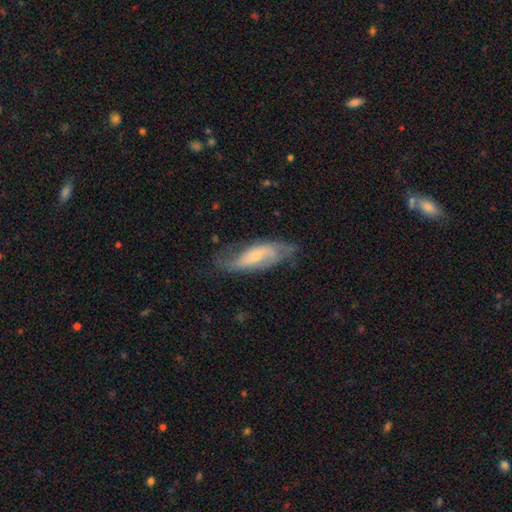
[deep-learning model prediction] Smooth or featured: featured or disk — 66% (smooth — 28%)
Edge-on disk: no — 86% (yes — 14%)
Bar: no — 44% (weak — 38%)
Spiral arms: yes — 86% (no — 14%)
Bulge size: small — 61% (moderate — 32%)
Merging: none — 59% (minor disturbance — 27%)